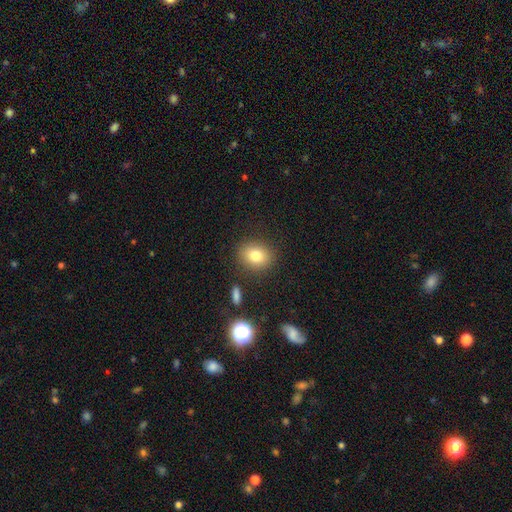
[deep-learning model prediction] Smooth or featured? smooth (79%)
How rounded? round (60%)
Merging? none (85%)